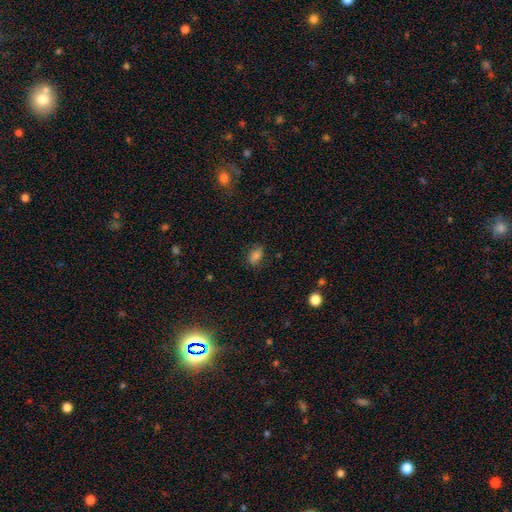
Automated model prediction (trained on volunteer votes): Morphology: type=smooth (79%); roundness=in between (84%); merging=none (79%).